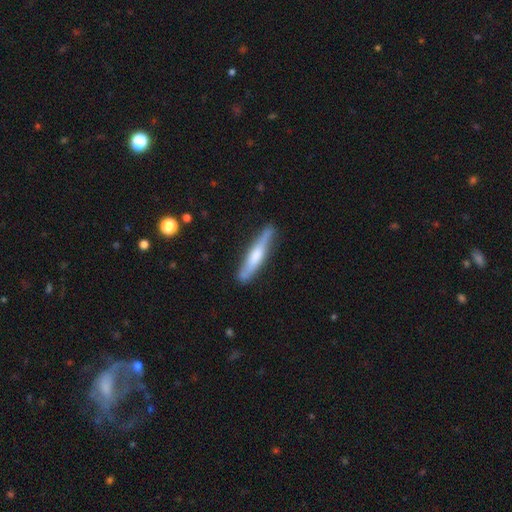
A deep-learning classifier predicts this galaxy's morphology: Smooth or featured: featured or disk — 47% (tied with smooth — 47%)
Merging: none — 85% (minor disturbance — 12%)